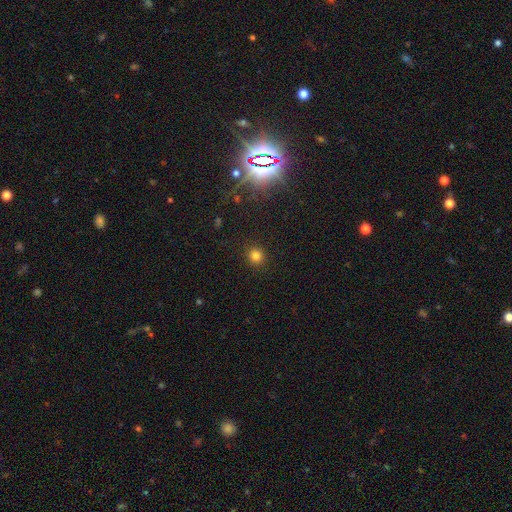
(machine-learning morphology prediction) A smooth galaxy with no disk features (80%) that is round (90%).

Vote fractions:
- Smooth or featured? smooth: 80% / star or artifact: 15% / featured or disk: 5%
- How rounded? round: 90% / in between: 9% / cigar-shaped: 1%
- Merging? none: 91% / minor disturbance: 5% / major disturbance: 2% / merger: 1%